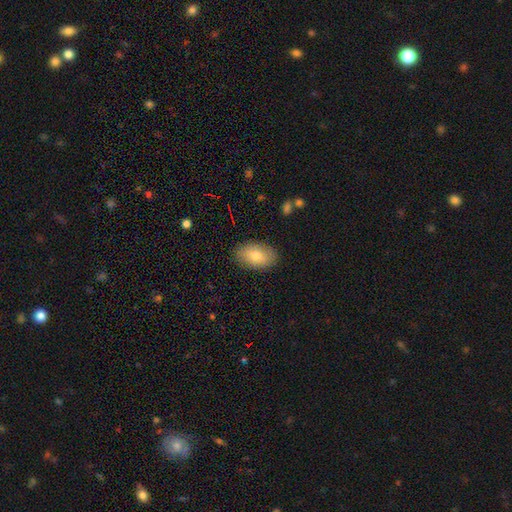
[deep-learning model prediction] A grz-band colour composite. It shows a smooth galaxy with no disk features (74%) that is in between round and cigar-shaped (91%). Merging: none (85%).